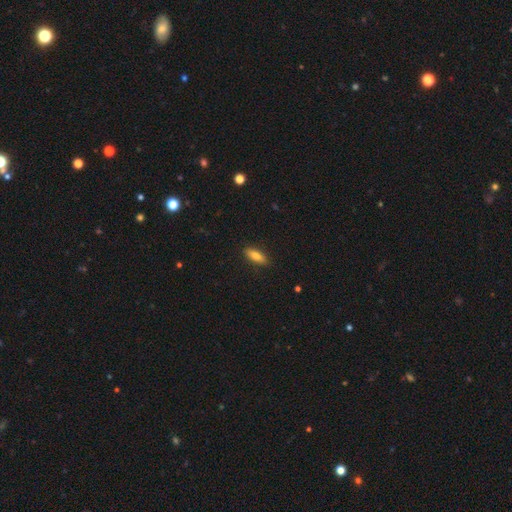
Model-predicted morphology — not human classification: Smooth or featured?
  - smooth: 81% *
  - featured or disk: 12%
  - star or artifact: 7%
How rounded?
  - in between: 69% *
  - cigar-shaped: 28%
  - round: 2%
Merging?
  - none: 88% *
  - minor disturbance: 9%
  - major disturbance: 2%
  - merger: 1%